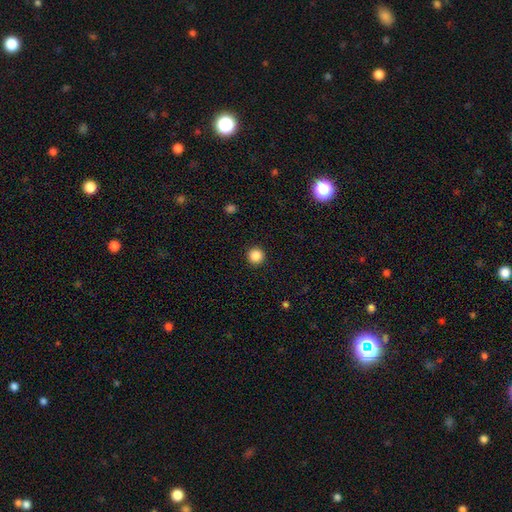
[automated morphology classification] smooth_or_featured: smooth (p=0.87) [alt: star or artifact p=0.10]
how_rounded: round (p=0.96) [alt: in between p=0.03]
merging: none (p=0.93) [alt: minor disturbance p=0.04]